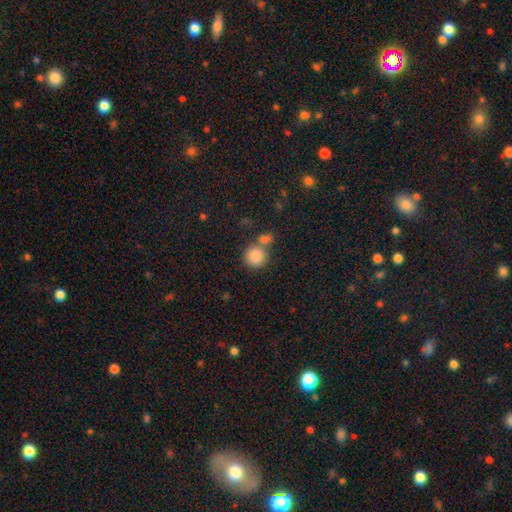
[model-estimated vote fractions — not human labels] Overall: smooth (85%). How rounded: round (91%). Merging: none (59%; merger 29%).